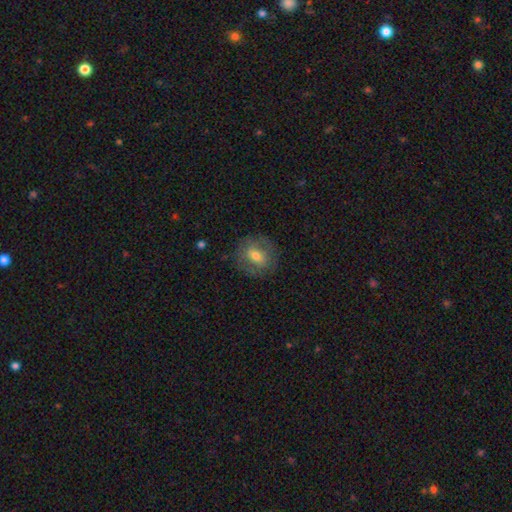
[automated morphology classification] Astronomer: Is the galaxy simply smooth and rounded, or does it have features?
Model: smooth — 58%.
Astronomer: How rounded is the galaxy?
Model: round — 70%.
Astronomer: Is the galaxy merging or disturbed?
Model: none — 80%.